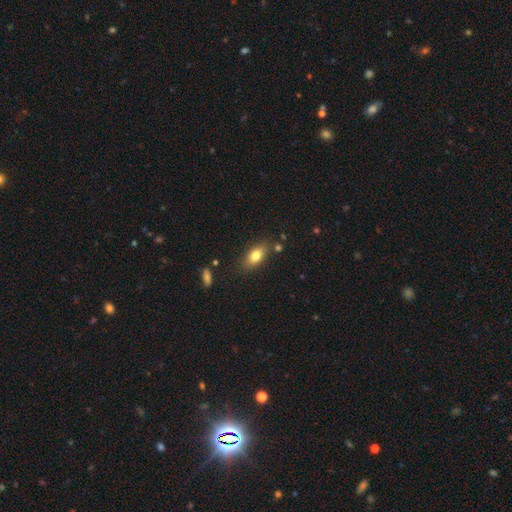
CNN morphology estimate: Smooth or featured?
  - smooth: 78% *
  - featured or disk: 13%
  - star or artifact: 8%
How rounded?
  - in between: 84% *
  - round: 9%
  - cigar-shaped: 8%
Merging?
  - none: 78% *
  - minor disturbance: 14%
  - merger: 4%
  - major disturbance: 3%